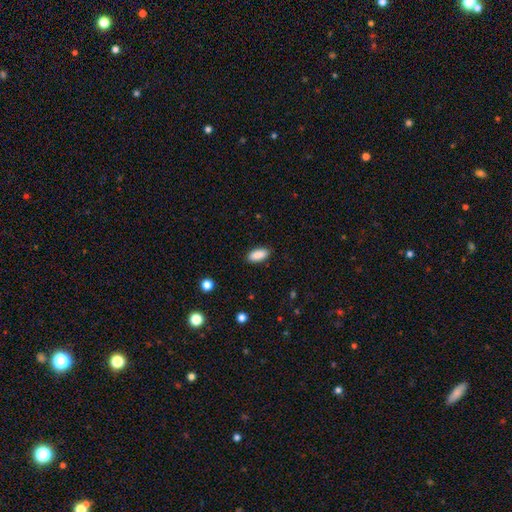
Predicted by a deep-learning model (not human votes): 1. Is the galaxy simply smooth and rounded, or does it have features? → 90% smooth, 7% star or artifact, 3% featured or disk.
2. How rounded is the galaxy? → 87% in between, 11% cigar-shaped, 2% round.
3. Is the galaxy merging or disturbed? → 88% none, 8% minor disturbance, 2% major disturbance, 1% merger.